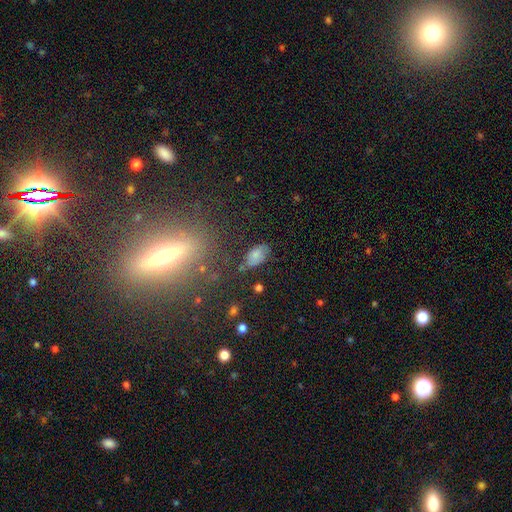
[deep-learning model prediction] A smooth galaxy with no disk features (73%) that is in between round and cigar-shaped (92%).

Vote fractions:
- Smooth or featured? smooth: 73% / featured or disk: 16% / star or artifact: 10%
- How rounded? in between: 92% / round: 6% / cigar-shaped: 2%
- Merging? none: 67% / minor disturbance: 23% / major disturbance: 7% / merger: 4%